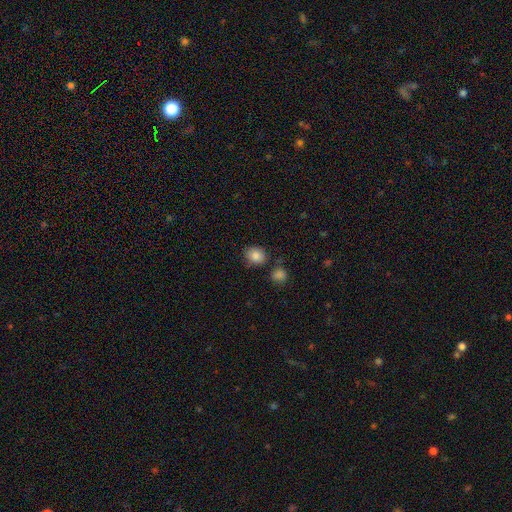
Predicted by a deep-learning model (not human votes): smooth_or_featured: smooth (p=0.85) [alt: star or artifact p=0.09]
how_rounded: round (p=0.57) [alt: in between p=0.42]
merging: none (p=0.75) [alt: minor disturbance p=0.13]